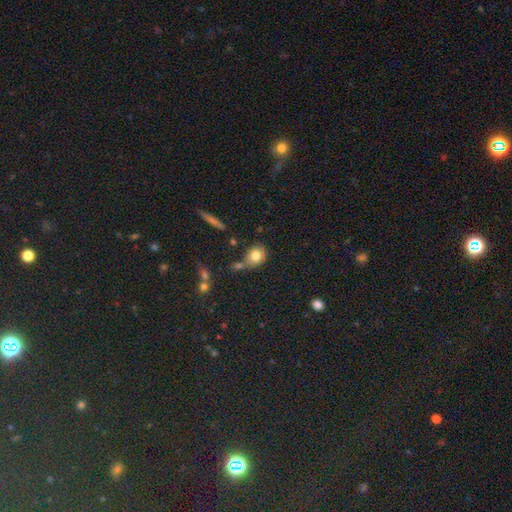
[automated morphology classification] smooth_or_featured: smooth (p=0.78) [alt: featured or disk p=0.11]
how_rounded: round (p=0.68) [alt: in between p=0.30]
merging: none (p=0.57) [alt: merger p=0.20]